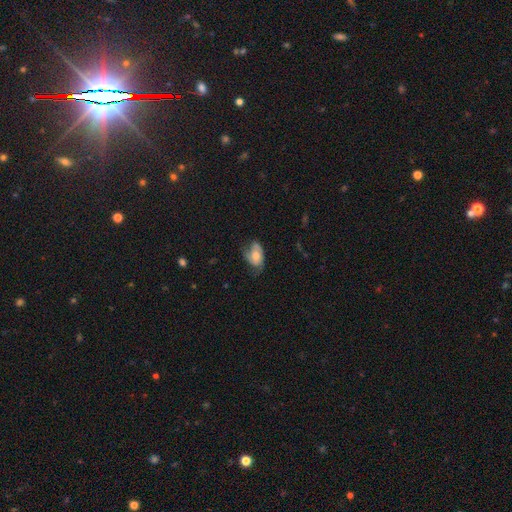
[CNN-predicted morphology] smooth 49%, featured or disk 43%, star or artifact 8%. Down the decision tree: merging — none (45%).